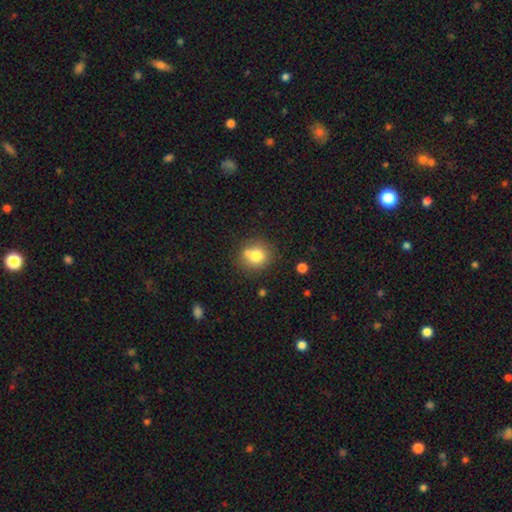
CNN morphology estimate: smooth-or-featured: smooth: 76% | featured or disk: 13% | star or artifact: 11%
  how-rounded: round: 80% | in between: 19% | cigar-shaped: 1%
  merging: none: 63% | merger: 18% | minor disturbance: 15% | major disturbance: 4%